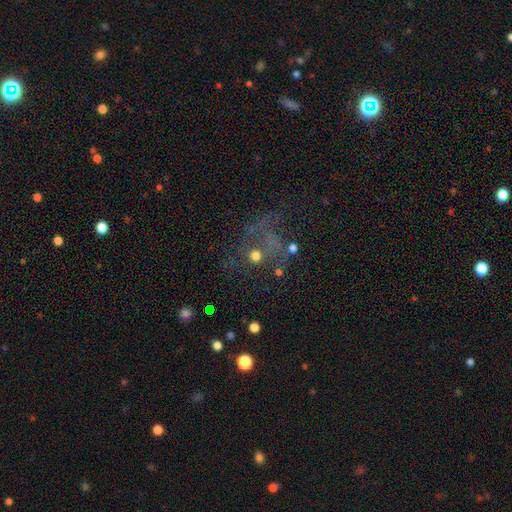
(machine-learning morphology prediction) smooth-or-featured: smooth: 49% | star or artifact: 27% | featured or disk: 23%
  merging: none: 46% | major disturbance: 27% | merger: 14% | minor disturbance: 14%